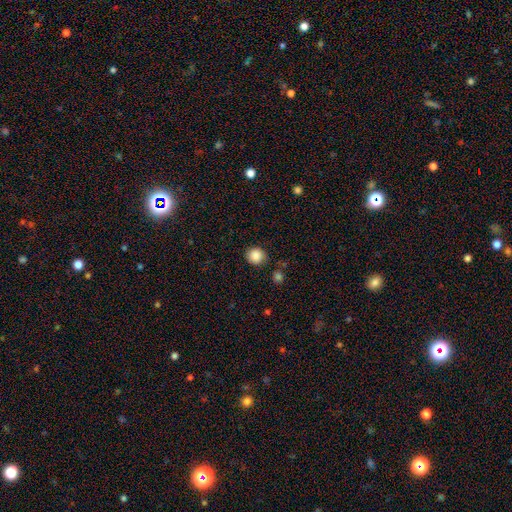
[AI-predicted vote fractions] smooth 87%, star or artifact 10%, featured or disk 3%. Down the decision tree: how rounded — round (88%); merging — none (85%).